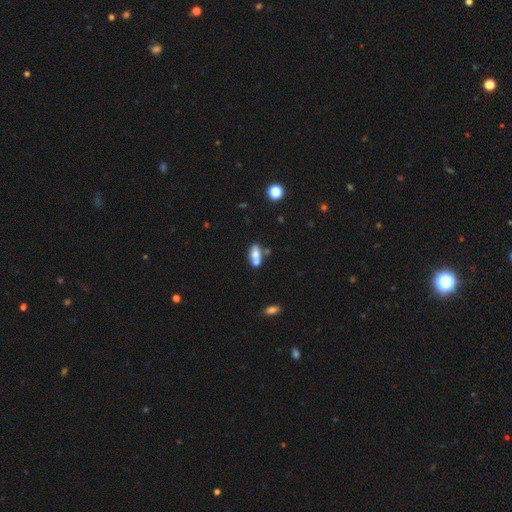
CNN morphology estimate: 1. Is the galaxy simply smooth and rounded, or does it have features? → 61% smooth, 28% featured or disk, 10% star or artifact.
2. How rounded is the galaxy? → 76% in between, 13% cigar-shaped, 11% round.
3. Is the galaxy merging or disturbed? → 48% merger, 35% none, 11% minor disturbance, 5% major disturbance.